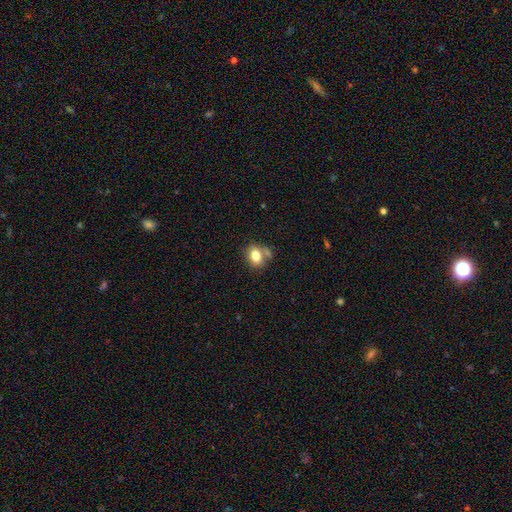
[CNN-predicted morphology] Smooth or featured?
  - smooth: 79% *
  - featured or disk: 11%
  - star or artifact: 10%
How rounded?
  - in between: 61% *
  - round: 37%
  - cigar-shaped: 1%
Merging?
  - none: 56% *
  - merger: 20%
  - minor disturbance: 18%
  - major disturbance: 6%